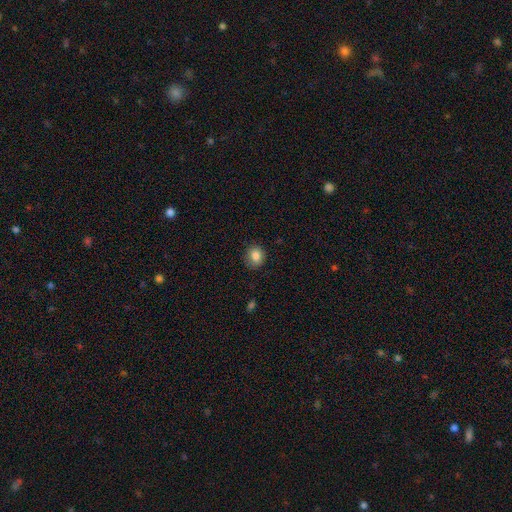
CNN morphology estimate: A smooth galaxy with no disk features (84%) that is round (69%). Merging: none (85%).